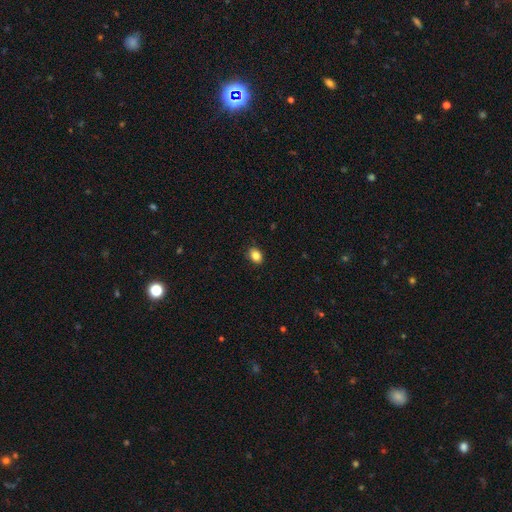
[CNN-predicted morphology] This appears to be a smooth galaxy with no disk features (85%) that is in between round and cigar-shaped (65%). Merging: none (88%).